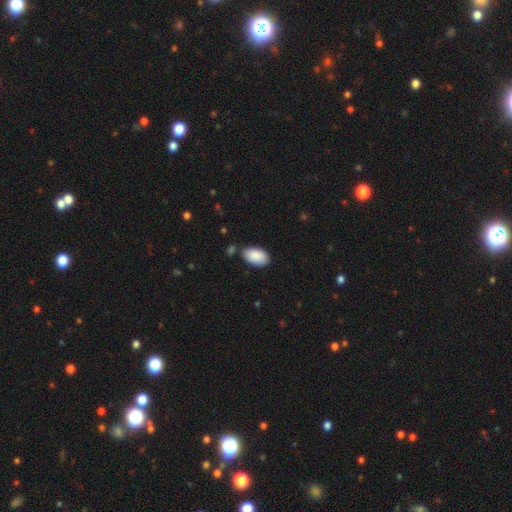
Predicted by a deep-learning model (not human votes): smooth-or-featured: smooth: 90% | star or artifact: 6% | featured or disk: 5%
  how-rounded: in between: 96% | round: 3% | cigar-shaped: 1%
  merging: none: 81% | minor disturbance: 12% | merger: 4% | major disturbance: 3%